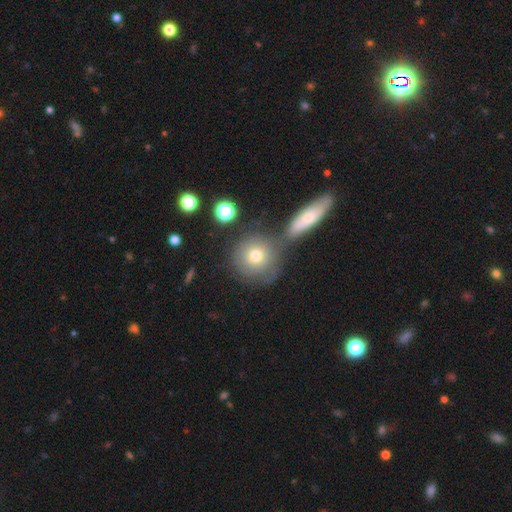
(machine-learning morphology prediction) A smooth galaxy with no disk features (67%) that is round (90%).

Vote fractions:
- Smooth or featured? smooth: 67% / featured or disk: 21% / star or artifact: 11%
- How rounded? round: 90% / in between: 8% / cigar-shaped: 2%
- Merging? none: 63% / merger: 19% / minor disturbance: 12% / major disturbance: 6%